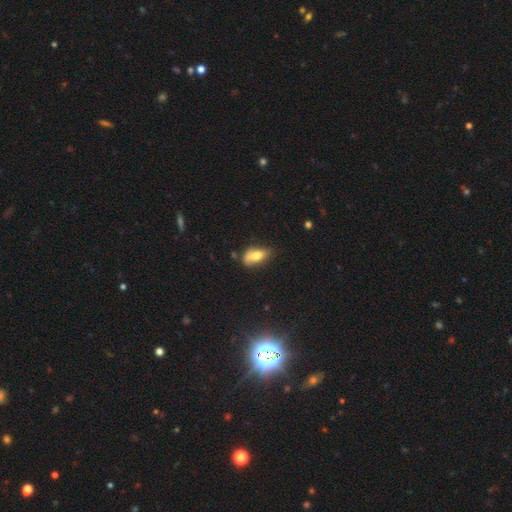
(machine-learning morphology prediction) Smooth or featured: smooth — 68% (featured or disk — 23%)
How rounded: in between — 85% (cigar-shaped — 10%)
Merging: none — 50% (minor disturbance — 34%)